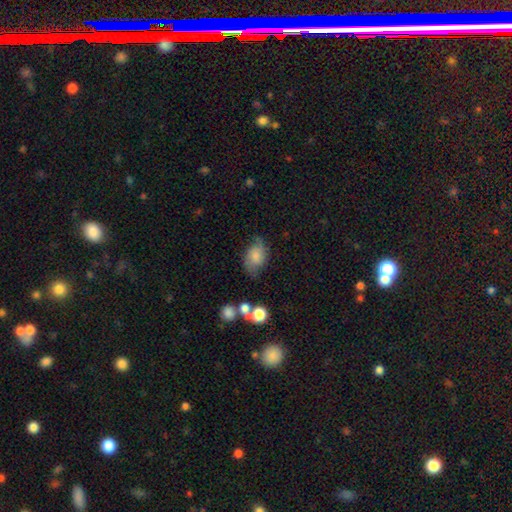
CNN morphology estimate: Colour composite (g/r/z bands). It shows a smooth galaxy with no disk features (65%) that is in between round and cigar-shaped (80%). Merging: none (59%).